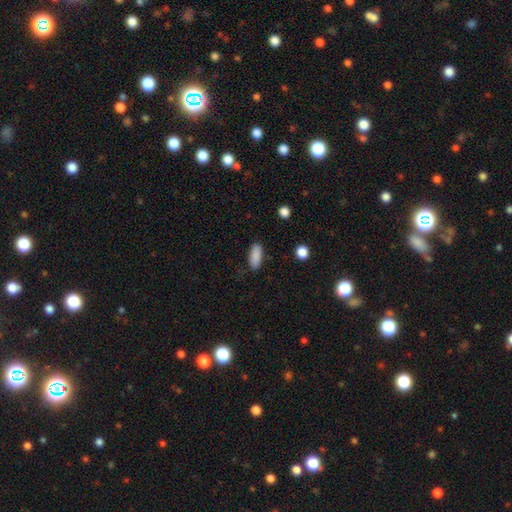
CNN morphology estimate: Overall: smooth (88%). How rounded: in between (80%). Merging: none (84%).